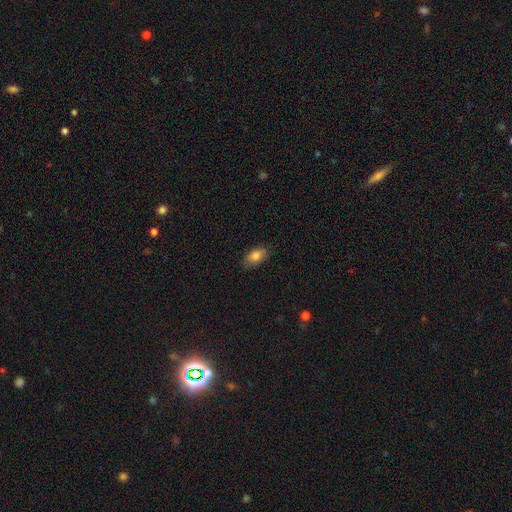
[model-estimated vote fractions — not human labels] This is clearly a smooth galaxy (83%). How rounded: clearly in between (91%). Merging: clearly none (84%).